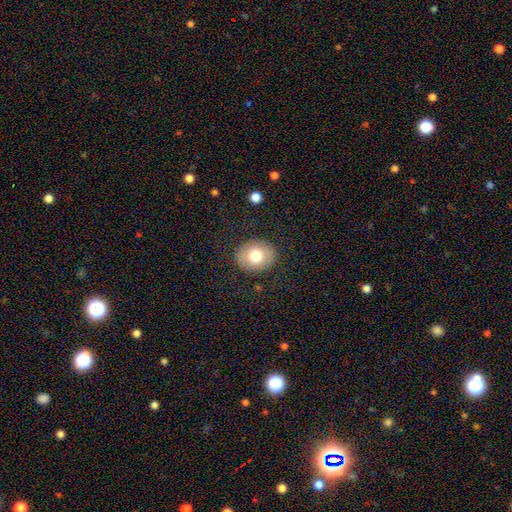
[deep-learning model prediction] smooth 74%, featured or disk 18%, star or artifact 8%. Down the decision tree: how rounded — round (60%); merging — none (86%).